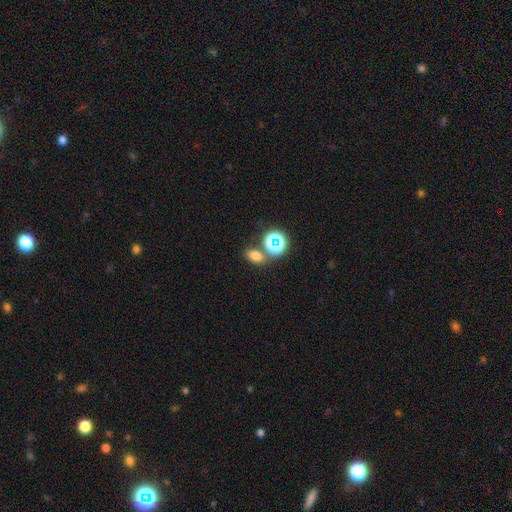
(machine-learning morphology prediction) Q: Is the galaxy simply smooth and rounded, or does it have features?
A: smooth — 67%.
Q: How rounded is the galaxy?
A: in between — 70%.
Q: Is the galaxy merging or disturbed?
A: none — 67%.